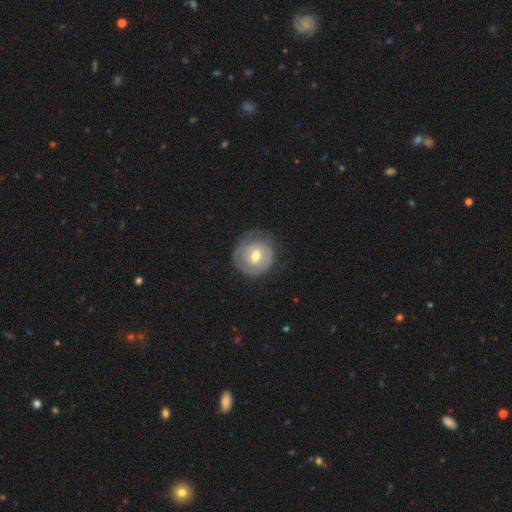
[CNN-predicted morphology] featured or disk 52%, smooth 42%, star or artifact 6%. Down the decision tree: edge-on disk — no (96%); bar — no (46%); spiral arms — yes (55%); bulge size — moderate (73%); merging — none (63%).